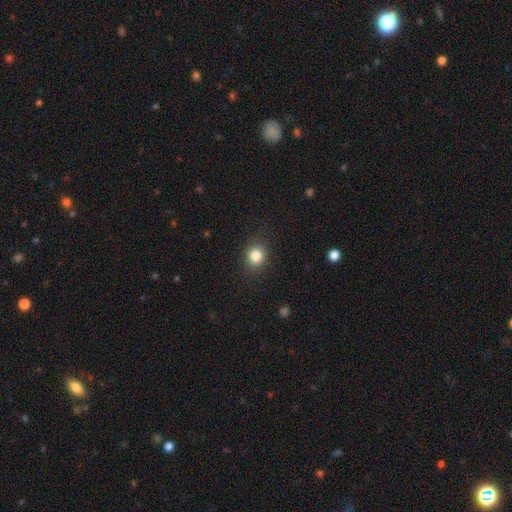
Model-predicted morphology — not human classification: Smooth or featured?
  - smooth: 82% *
  - star or artifact: 11%
  - featured or disk: 6%
How rounded?
  - round: 76% *
  - in between: 23%
  - cigar-shaped: 1%
Merging?
  - none: 86% *
  - minor disturbance: 10%
  - major disturbance: 3%
  - merger: 1%